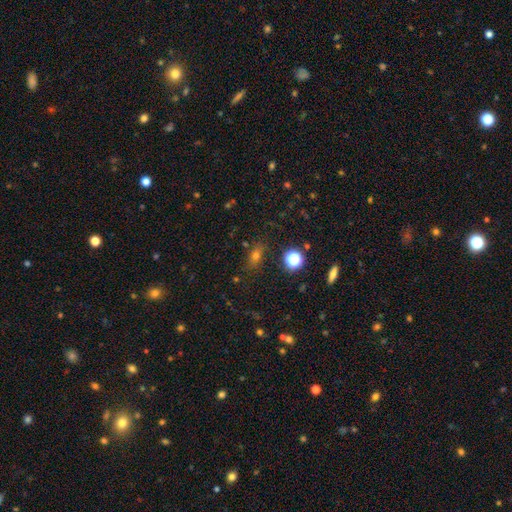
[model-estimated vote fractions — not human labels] This is possibly a smooth galaxy (60%). How rounded: likely in between (61%). Merging: clearly none (81%).